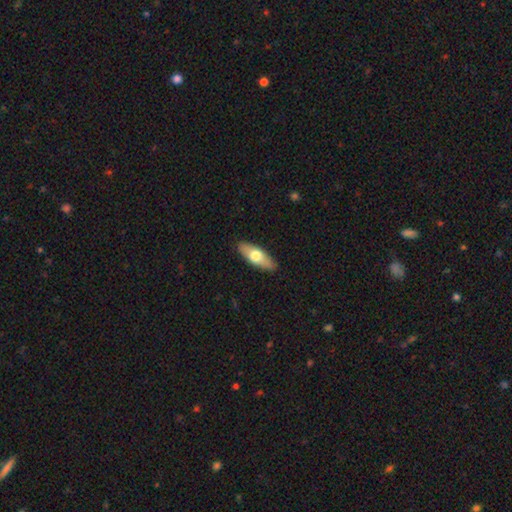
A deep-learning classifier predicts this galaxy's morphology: Overall: smooth (61%; featured or disk 34%). How rounded: in between (68%; cigar-shaped 29%). Merging: none (89%).